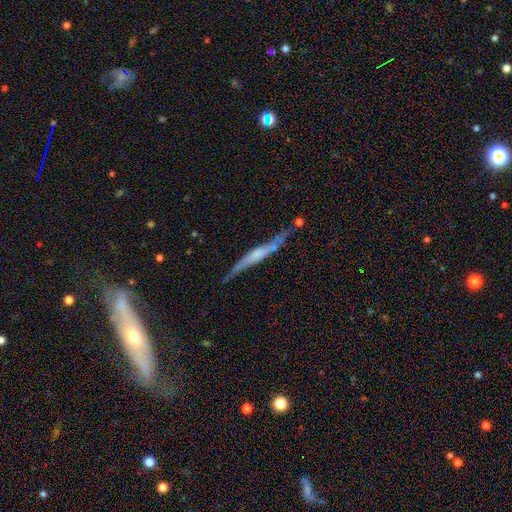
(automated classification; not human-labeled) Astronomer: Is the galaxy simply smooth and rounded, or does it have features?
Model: featured or disk — 69%.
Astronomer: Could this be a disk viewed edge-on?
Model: yes — 87%.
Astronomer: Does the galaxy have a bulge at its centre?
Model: rounded — 37% (runner-up: none, 36%).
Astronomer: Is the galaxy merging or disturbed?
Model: none — 64%.